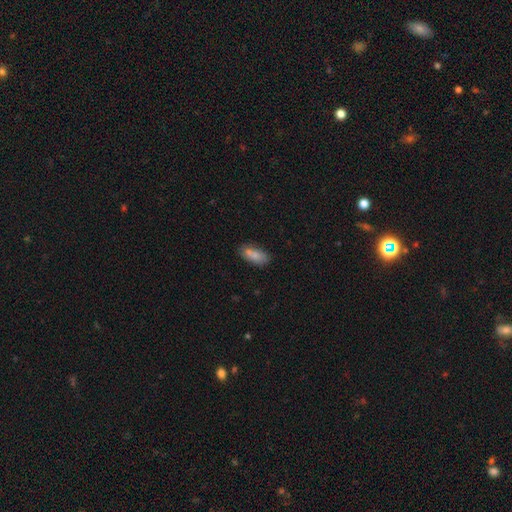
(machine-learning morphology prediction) This is clearly a smooth galaxy (81%). How rounded: clearly in between (81%). Merging: likely none (68%).